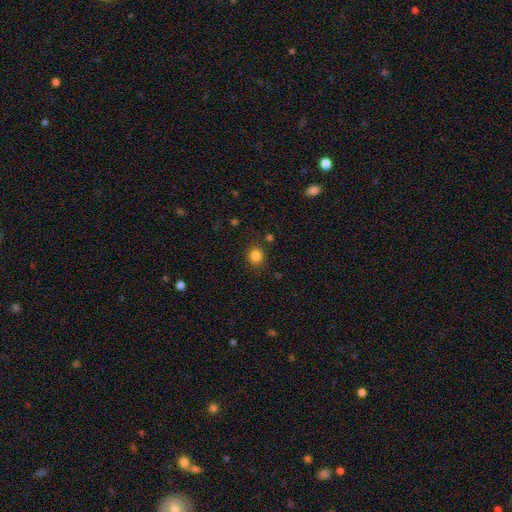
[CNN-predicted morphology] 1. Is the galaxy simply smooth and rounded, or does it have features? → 84% smooth, 12% star or artifact, 4% featured or disk.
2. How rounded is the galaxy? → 86% round, 13% in between, 1% cigar-shaped.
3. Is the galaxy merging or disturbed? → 87% none, 8% minor disturbance, 3% major disturbance, 2% merger.